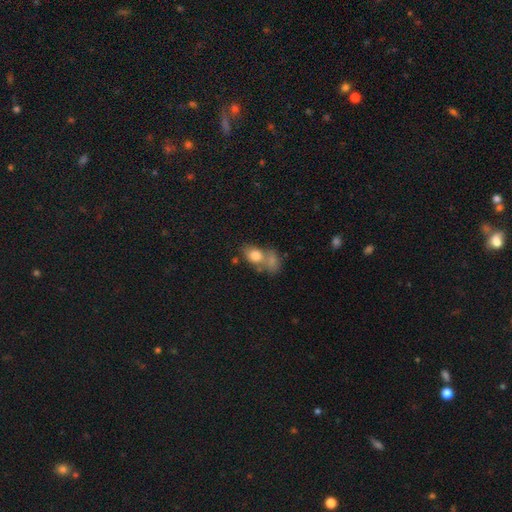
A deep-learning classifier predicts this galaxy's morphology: Smooth or featured: smooth — 78% (featured or disk — 13%)
How rounded: in between — 67% (round — 31%)
Merging: merger — 51% (none — 29%)